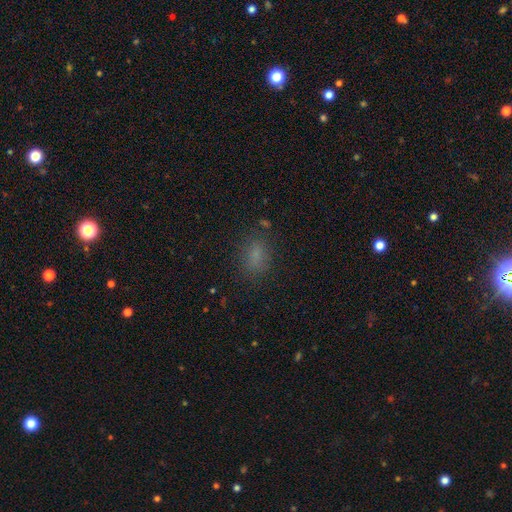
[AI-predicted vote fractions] Smooth or featured: smooth — 76% (star or artifact — 17%)
How rounded: in between — 71% (round — 26%)
Merging: none — 79% (minor disturbance — 14%)